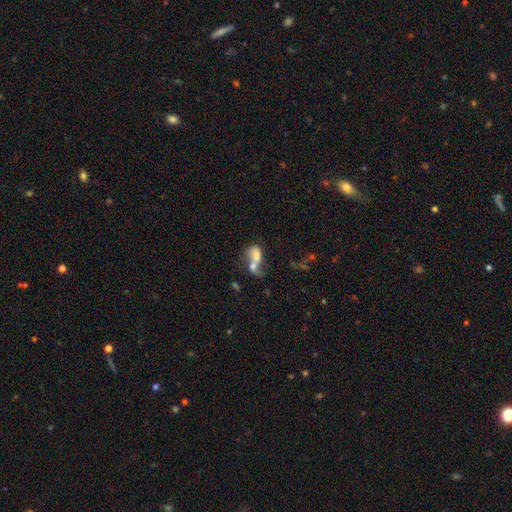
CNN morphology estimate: This appears to be a smooth galaxy with no disk features (60%) that is in between round and cigar-shaped (78%). Merging: merger (67%).